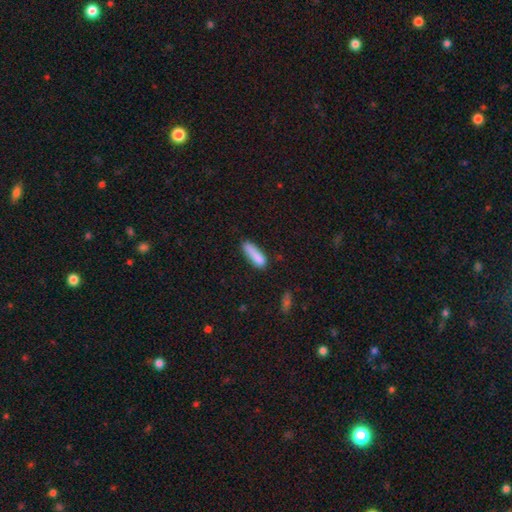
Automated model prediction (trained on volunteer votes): smooth_or_featured: smooth (p=0.84) [alt: featured or disk p=0.08]
how_rounded: cigar-shaped (p=0.66) [alt: in between p=0.33]
merging: none (p=0.66) [alt: minor disturbance p=0.24]